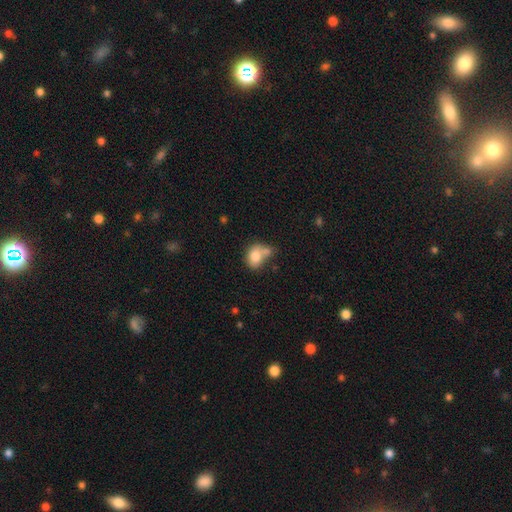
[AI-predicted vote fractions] Overall: smooth (78%). How rounded: in between (60%; round 38%). Merging: merger (41%; none 32%).